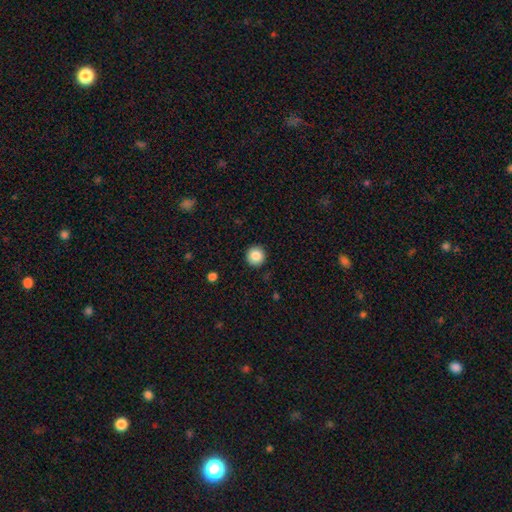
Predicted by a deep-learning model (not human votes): smooth 85%, star or artifact 9%, featured or disk 5%. Down the decision tree: how rounded — round (95%); merging — none (92%).